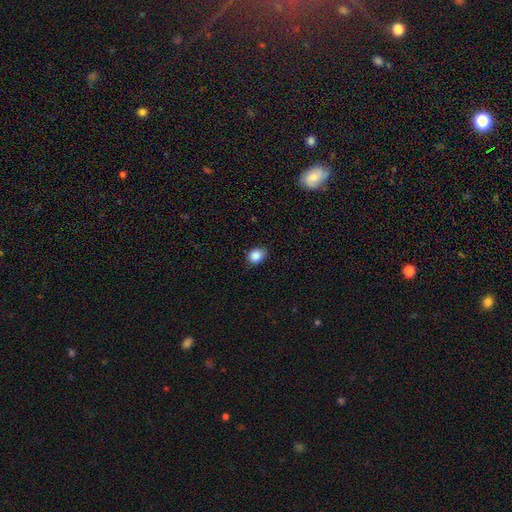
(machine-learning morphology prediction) Q: Smooth or featured?
A: smooth (87%); runner-up: star or artifact (9%)
Q: How rounded?
A: round (55%); runner-up: in between (43%)
Q: Merging?
A: none (81%); runner-up: minor disturbance (15%)